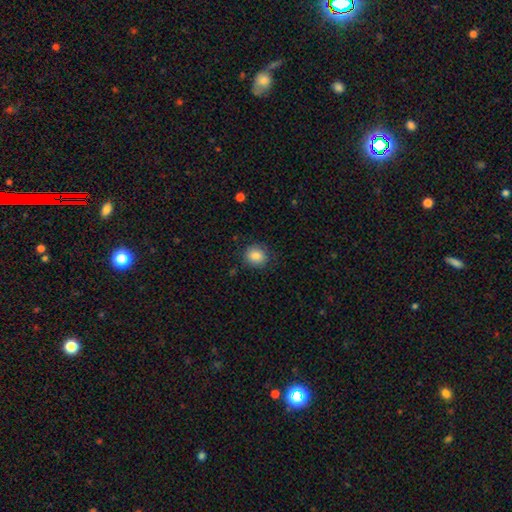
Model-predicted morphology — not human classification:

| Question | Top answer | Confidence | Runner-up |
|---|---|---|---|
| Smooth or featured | smooth | 85% | star or artifact (9%) |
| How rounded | round | 77% | in between (22%) |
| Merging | none | 84% | minor disturbance (11%) |